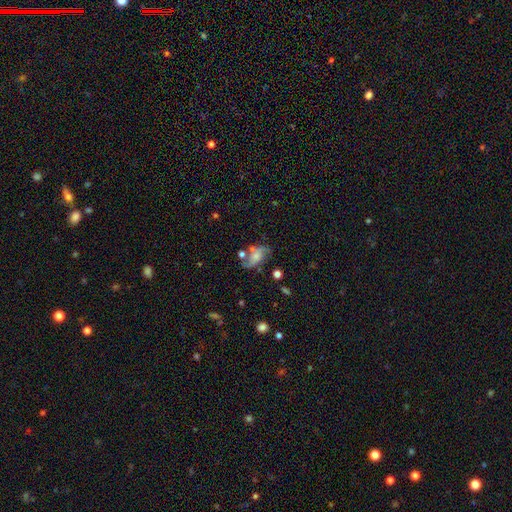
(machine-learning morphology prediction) A featured or disk galaxy (56%) with no bar (67%), spiral arms (79%) and no central bulge (29%). Merging: none (44%).